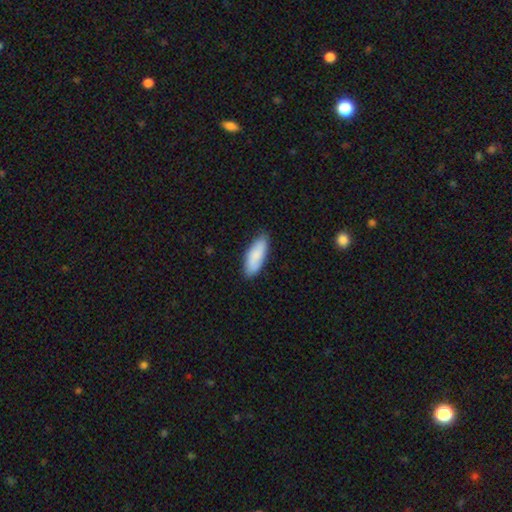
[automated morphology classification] The model was most divided on "how rounded": in between: 72%, cigar-shaped: 27%, round: 2%. More confident: merging — none (83%); smooth or featured — smooth (83%).